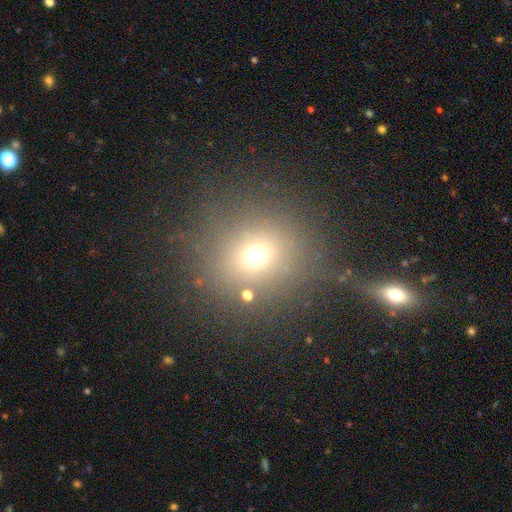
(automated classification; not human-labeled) A smooth galaxy with no disk features (65%) that is round (84%). Merging: none (78%).